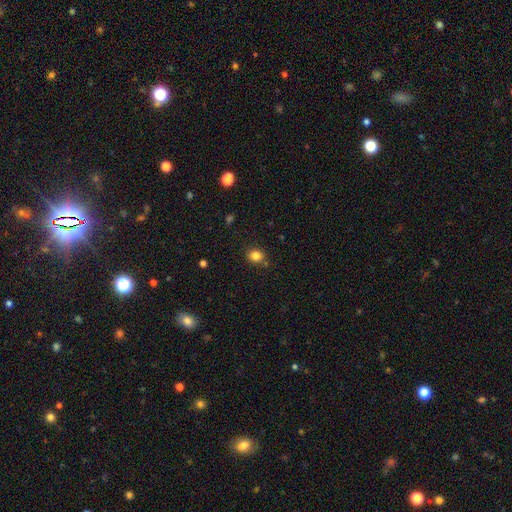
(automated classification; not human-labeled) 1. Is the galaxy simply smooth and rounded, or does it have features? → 82% smooth, 12% star or artifact, 6% featured or disk.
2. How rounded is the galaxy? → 63% round, 36% in between, 1% cigar-shaped.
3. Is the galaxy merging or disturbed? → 81% none, 12% minor disturbance, 5% merger, 3% major disturbance.